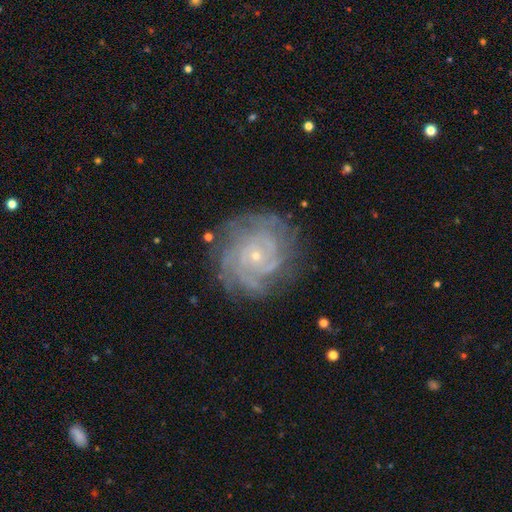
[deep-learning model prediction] Q: Smooth or featured?
A: featured or disk (85%); runner-up: smooth (8%)
Q: Edge-on disk?
A: no (98%); runner-up: yes (2%)
Q: Bar?
A: no (79%); runner-up: weak (17%)
Q: Spiral arms?
A: yes (95%); runner-up: no (5%)
Q: Spiral winding?
A: tight (74%); runner-up: medium (21%)
Q: Spiral arm count?
A: can't tell (30%); runner-up: 4 (20%)
Q: Bulge size?
A: small (84%); runner-up: moderate (12%)
Q: Merging?
A: none (77%); runner-up: minor disturbance (16%)